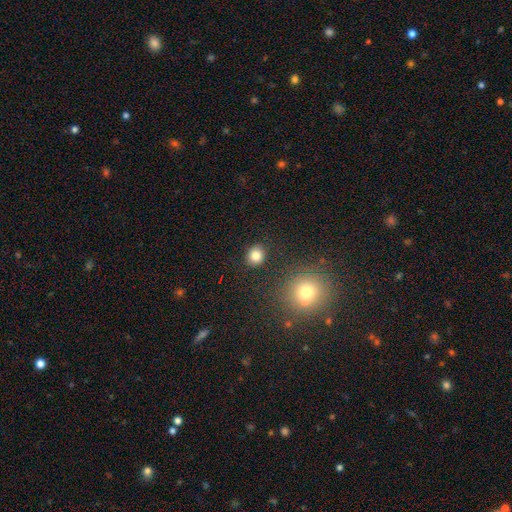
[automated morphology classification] This appears to be a smooth galaxy with no disk features (83%) that is round (73%). Merging: none (87%).